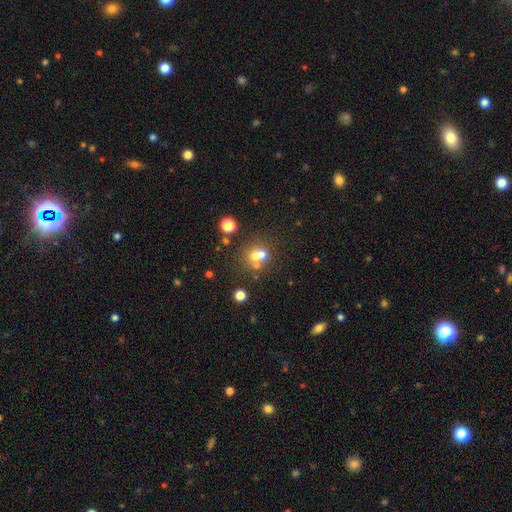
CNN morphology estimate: Smooth or featured? Predicted: smooth (p=0.59). How rounded? Predicted: round (p=0.73). Merging? Predicted: merger (p=0.48).